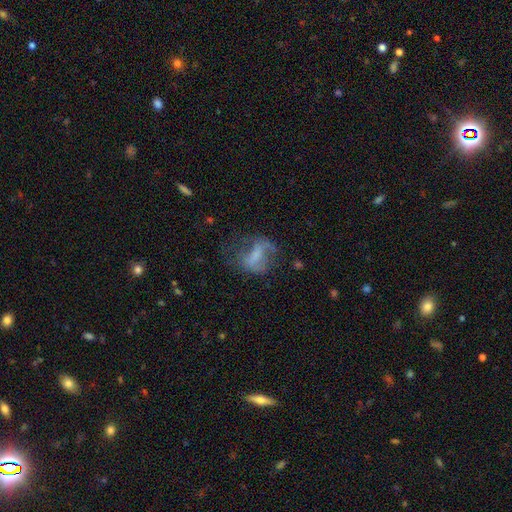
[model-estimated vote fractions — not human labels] Q: Smooth or featured?
A: featured or disk (50%); runner-up: smooth (38%)
Q: Merging?
A: major disturbance (38%); runner-up: none (37%)